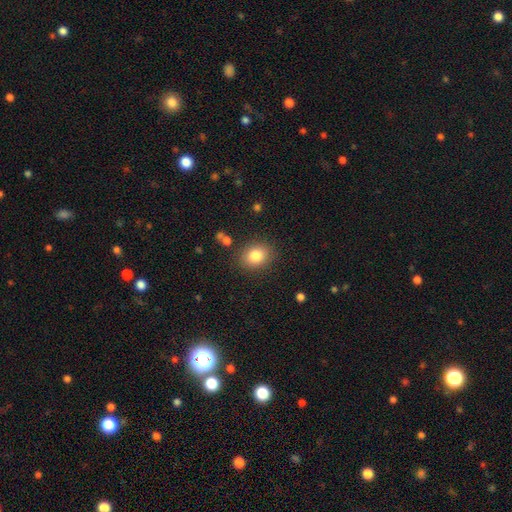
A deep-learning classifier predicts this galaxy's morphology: This is clearly a smooth galaxy (83%). How rounded: possibly round (50%). Merging: clearly none (85%).